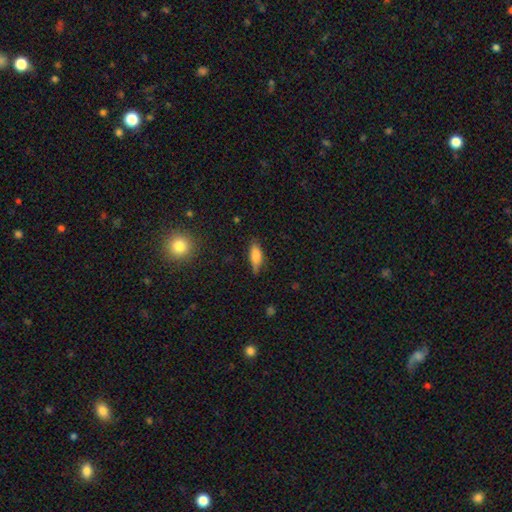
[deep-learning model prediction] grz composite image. It shows a smooth galaxy with no disk features (75%) that is in between round and cigar-shaped (65%). Merging: none (67%).